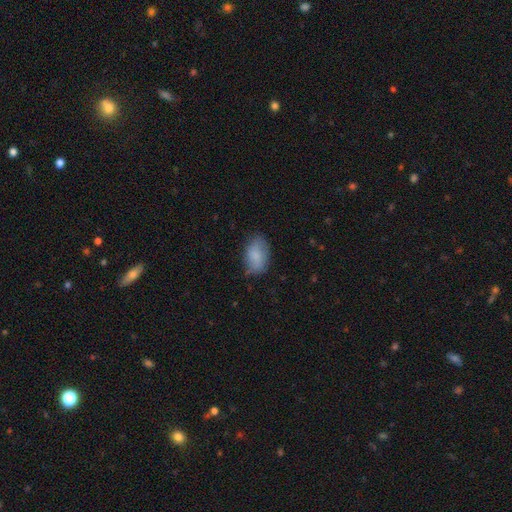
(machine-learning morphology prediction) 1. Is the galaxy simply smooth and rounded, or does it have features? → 79% smooth, 14% featured or disk, 7% star or artifact.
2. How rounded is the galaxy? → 90% in between, 8% round, 2% cigar-shaped.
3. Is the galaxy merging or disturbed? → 69% none, 24% minor disturbance, 6% major disturbance, 1% merger.